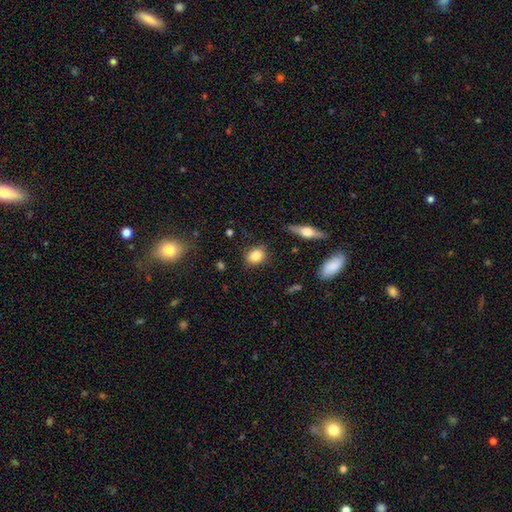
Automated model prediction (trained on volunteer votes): smooth-or-featured: smooth: 82% | featured or disk: 10% | star or artifact: 9%
  how-rounded: in between: 52% | round: 45% | cigar-shaped: 3%
  merging: none: 81% | minor disturbance: 14% | major disturbance: 3% | merger: 2%